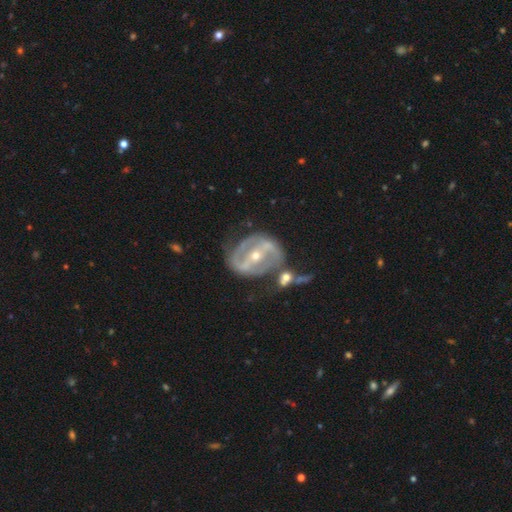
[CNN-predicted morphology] smooth-or-featured: featured or disk: 89% | smooth: 6% | star or artifact: 5%
  disk-edge-on: no: 96% | yes: 4%
    bar: strong: 66% | weak: 22% | no: 12%
    has-spiral-arms: yes: 88% | no: 12%
      spiral-winding: medium: 44% | tight: 38% | loose: 18%
      spiral-arm-count: 2: 79% | can't tell: 10% | 3: 5% | 1: 3% | 4: 2% | more than 4: 2%
    bulge-size: small: 54% | moderate: 43% | large: 1% | none: 1% | dominant: 1%
  merging: none: 47% | merger: 20% | minor disturbance: 19% | major disturbance: 14%